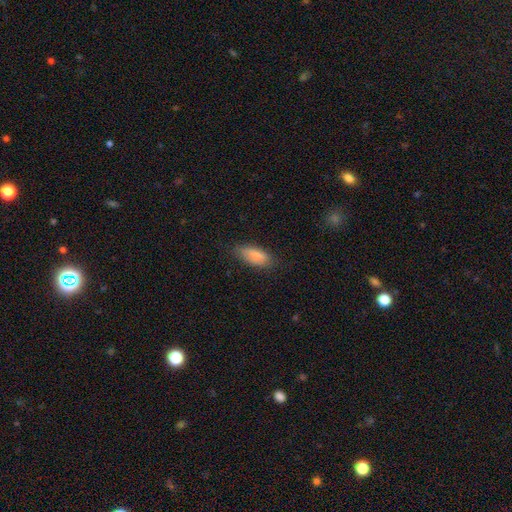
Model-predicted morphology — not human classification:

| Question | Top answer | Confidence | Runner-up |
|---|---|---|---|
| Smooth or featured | smooth | 84% | featured or disk (9%) |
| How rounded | in between | 80% | cigar-shaped (18%) |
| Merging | none | 74% | minor disturbance (20%) |